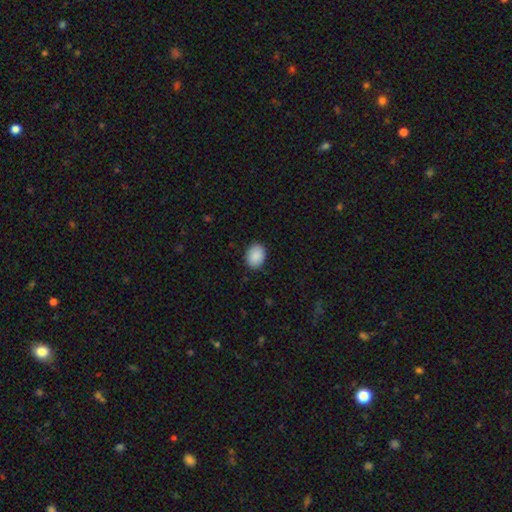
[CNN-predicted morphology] smooth_or_featured: smooth (p=0.90) [alt: star or artifact p=0.07]
how_rounded: in between (p=0.62) [alt: round p=0.37]
merging: none (p=0.89) [alt: minor disturbance p=0.08]